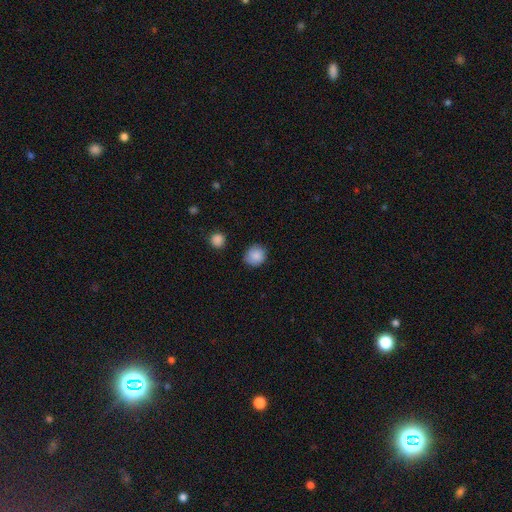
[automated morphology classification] Q: Smooth or featured?
A: smooth (87%); runner-up: star or artifact (9%)
Q: How rounded?
A: round (87%); runner-up: in between (12%)
Q: Merging?
A: none (79%); runner-up: minor disturbance (16%)